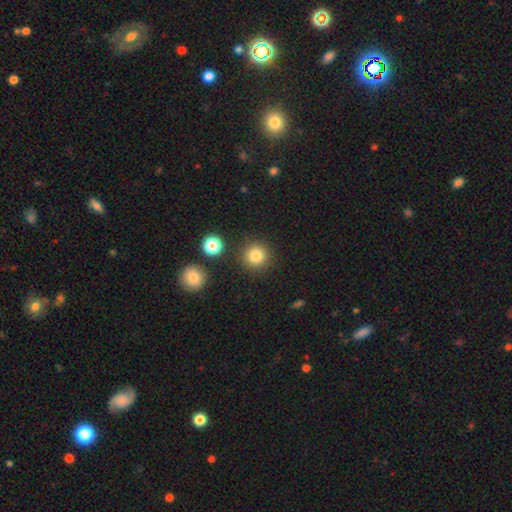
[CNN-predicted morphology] smooth-or-featured: smooth: 82% | star or artifact: 12% | featured or disk: 6%
  how-rounded: round: 94% | in between: 5% | cigar-shaped: 1%
  merging: none: 89% | minor disturbance: 6% | merger: 3% | major disturbance: 2%